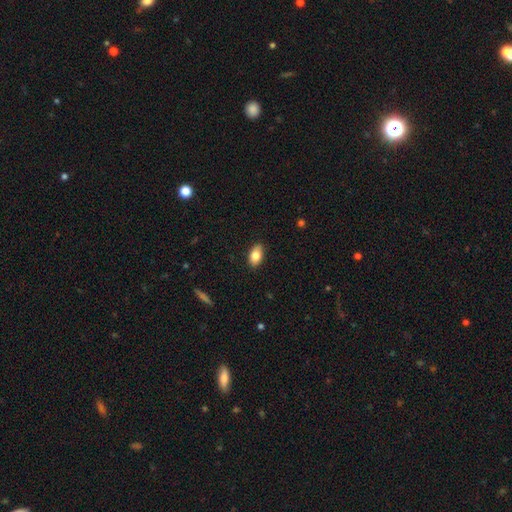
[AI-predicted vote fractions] Smooth or featured? Predicted: smooth (p=0.82). How rounded? Predicted: in between (p=0.91). Merging? Predicted: none (p=0.87).